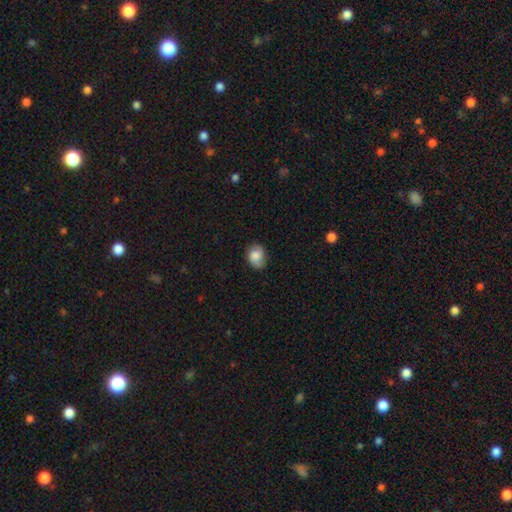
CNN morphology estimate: Smooth or featured?
  - smooth: 79% *
  - featured or disk: 13%
  - star or artifact: 8%
How rounded?
  - in between: 52% *
  - round: 47%
  - cigar-shaped: 1%
Merging?
  - none: 71% *
  - minor disturbance: 23%
  - major disturbance: 5%
  - merger: 1%